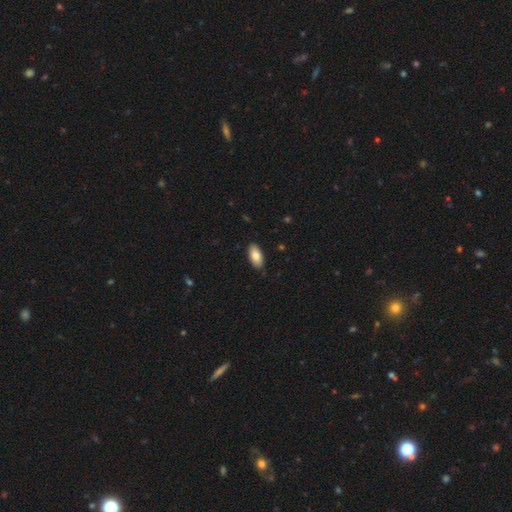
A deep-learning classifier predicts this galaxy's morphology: type=smooth (81%); roundness=in between (93%); merging=none (86%).